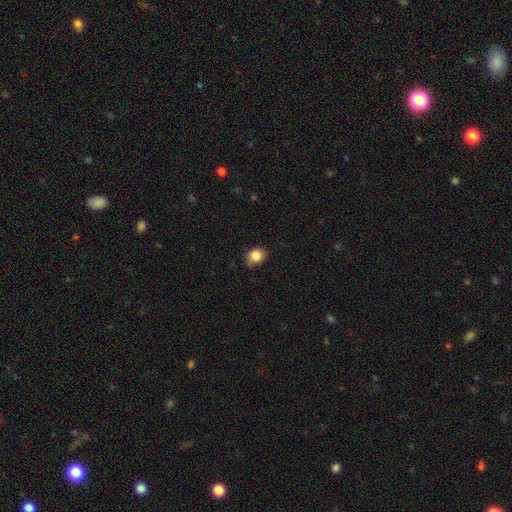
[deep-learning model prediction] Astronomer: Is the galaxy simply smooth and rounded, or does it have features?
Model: smooth — 85%.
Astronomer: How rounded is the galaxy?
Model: round — 57% (runner-up: in between, 42%).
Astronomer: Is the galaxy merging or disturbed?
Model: none — 66%.